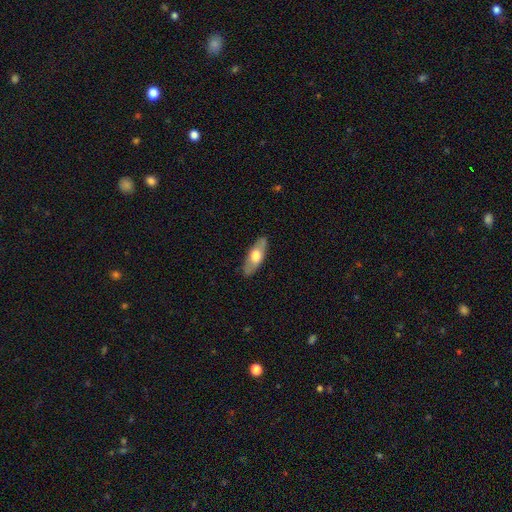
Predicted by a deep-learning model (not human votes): Smooth or featured: smooth — 52% (featured or disk — 43%)
How rounded: in between — 69% (cigar-shaped — 28%)
Merging: none — 85% (minor disturbance — 11%)